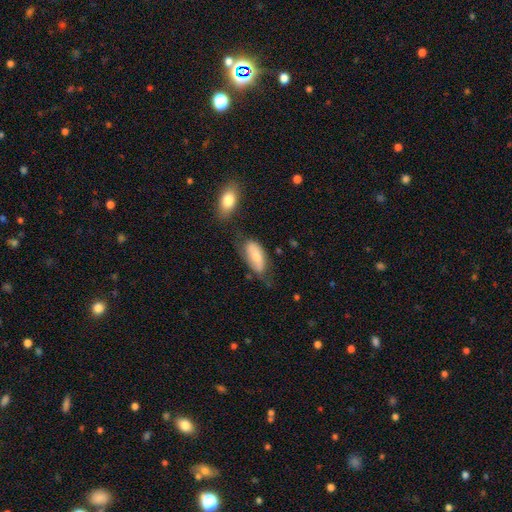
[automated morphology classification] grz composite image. It shows a smooth galaxy with no disk features (63%) that is in between round and cigar-shaped (86%). Merging: none (50%).